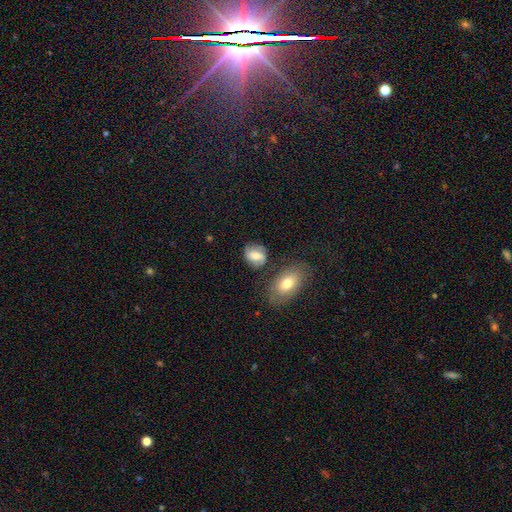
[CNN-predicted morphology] smooth 51%, featured or disk 41%, star or artifact 8%. Down the decision tree: how rounded — round (49%); merging — none (70%).